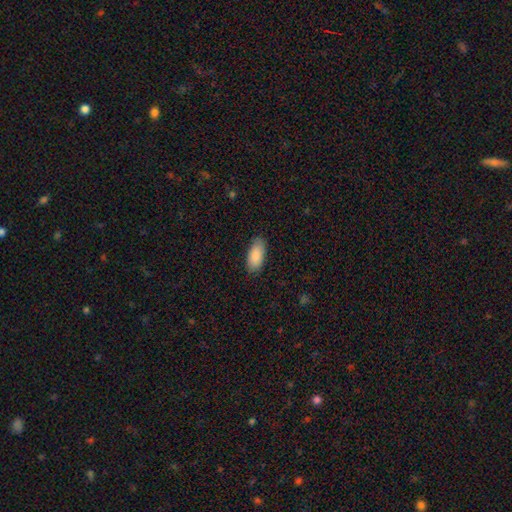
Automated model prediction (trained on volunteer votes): Smooth or featured? smooth (88%)
How rounded? in between (90%)
Merging? none (85%)